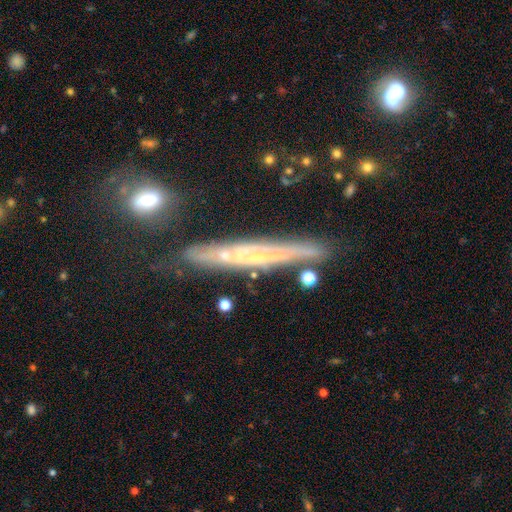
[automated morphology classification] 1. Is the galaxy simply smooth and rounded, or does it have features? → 69% featured or disk, 22% smooth, 9% star or artifact.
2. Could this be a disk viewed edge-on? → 84% yes, 16% no.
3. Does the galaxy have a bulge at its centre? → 66% none, 23% rounded, 11% boxy.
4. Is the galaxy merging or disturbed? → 75% none, 15% minor disturbance, 5% merger, 5% major disturbance.